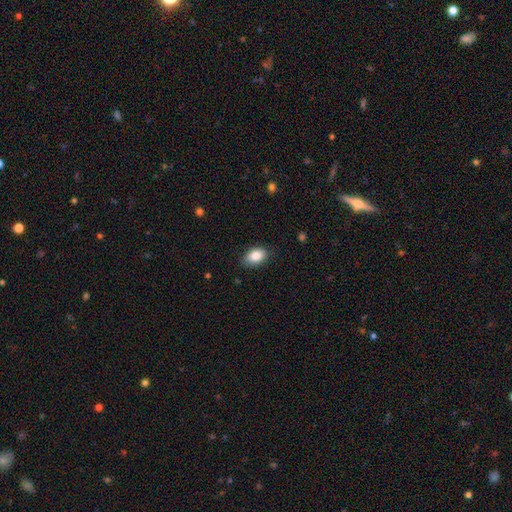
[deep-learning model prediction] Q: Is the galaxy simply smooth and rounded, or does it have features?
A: smooth — 87%.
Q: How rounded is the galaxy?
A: in between — 90%.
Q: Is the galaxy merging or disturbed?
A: none — 85%.